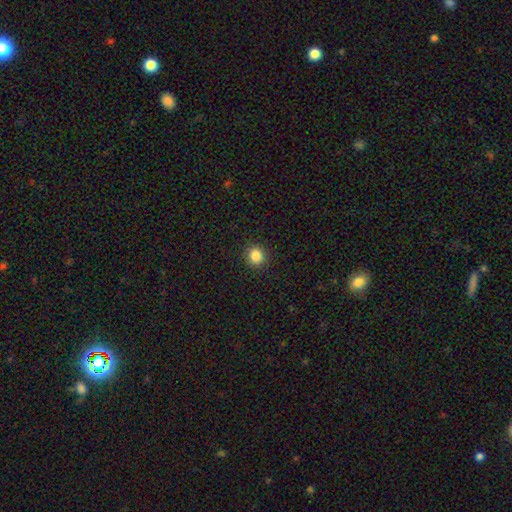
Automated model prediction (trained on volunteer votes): smooth-or-featured: smooth: 85% | star or artifact: 11% | featured or disk: 4%
  how-rounded: round: 88% | in between: 11% | cigar-shaped: 1%
  merging: none: 92% | minor disturbance: 6% | major disturbance: 2% | merger: 1%